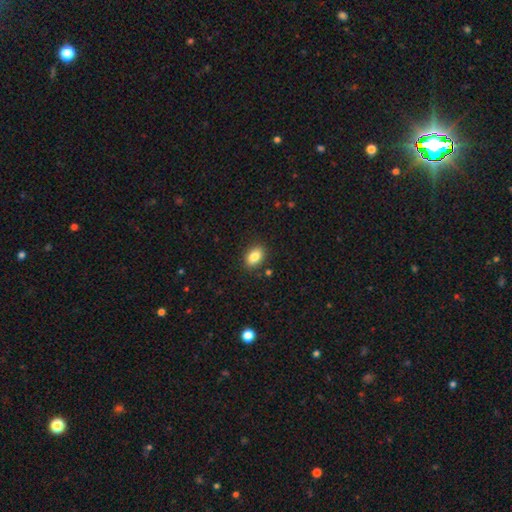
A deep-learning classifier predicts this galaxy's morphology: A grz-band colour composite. It shows a smooth galaxy with no disk features (85%) that is in between round and cigar-shaped (82%). Merging: none (87%).